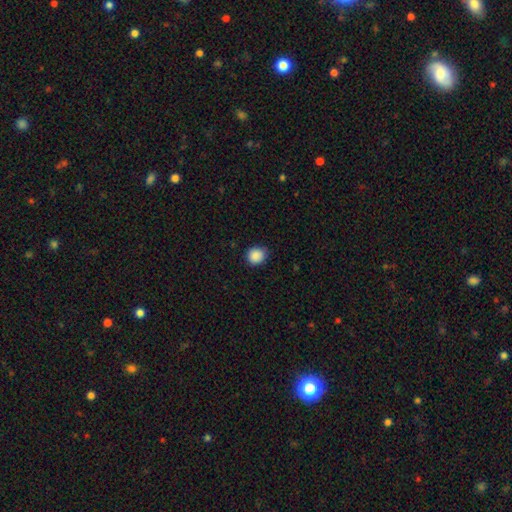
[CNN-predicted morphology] Overall: smooth (88%). How rounded: round (82%). Merging: none (81%).